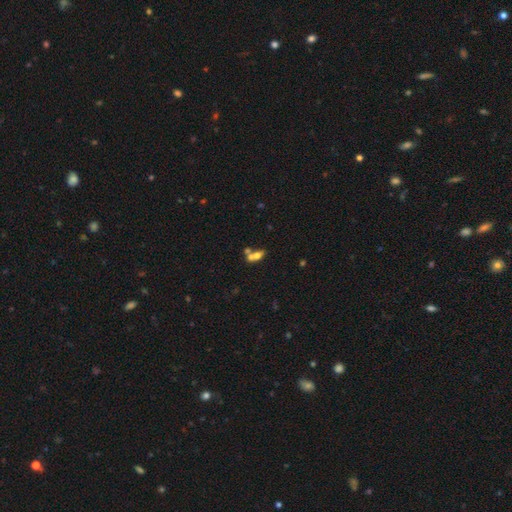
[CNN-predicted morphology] This is likely a smooth galaxy (61%). How rounded: likely in between (76%). Merging: possibly merger (54%).